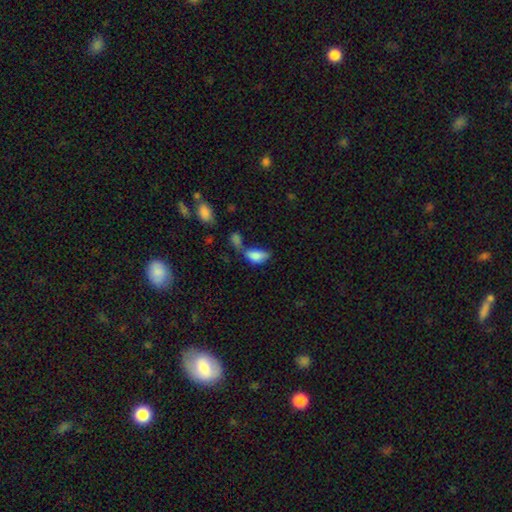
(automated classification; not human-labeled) smooth-or-featured: smooth: 82% | featured or disk: 9% | star or artifact: 8%
  how-rounded: in between: 92% | cigar-shaped: 4% | round: 4%
  merging: merger: 35% | none: 30% | minor disturbance: 22% | major disturbance: 14%